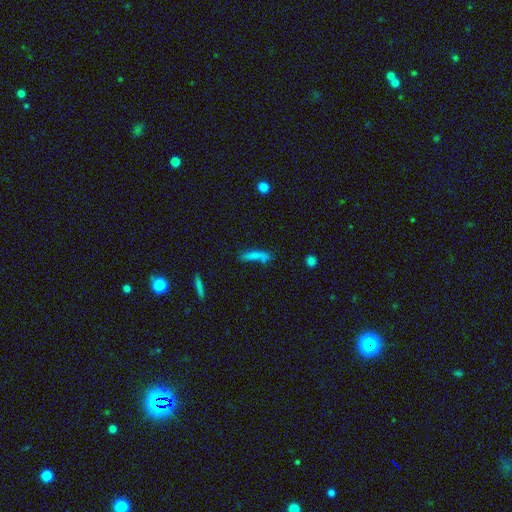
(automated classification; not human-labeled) Overall: smooth (73%). How rounded: cigar-shaped (76%). Merging: none (48%; minor disturbance 22%).